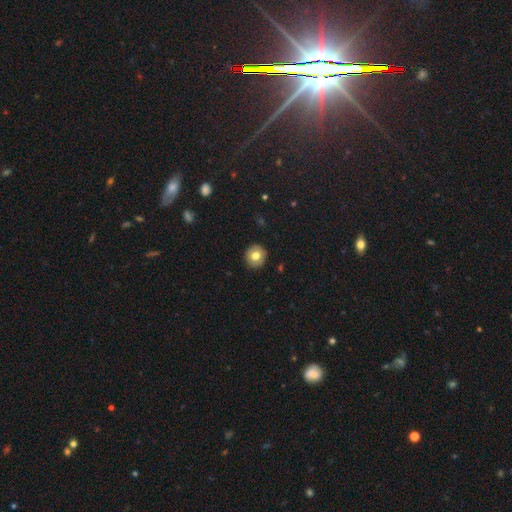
Overall: smooth (71%). How rounded: round (100%). Merging: none (94%).